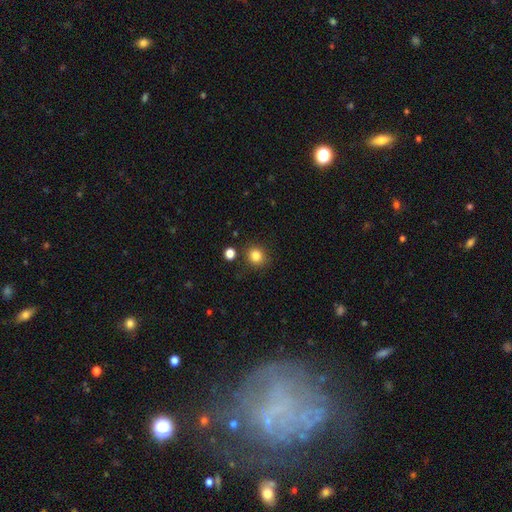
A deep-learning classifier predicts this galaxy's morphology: Smooth or featured?
  - smooth: 83% *
  - star or artifact: 12%
  - featured or disk: 5%
How rounded?
  - round: 83% *
  - in between: 17%
  - cigar-shaped: 1%
Merging?
  - none: 83% *
  - minor disturbance: 9%
  - merger: 4%
  - major disturbance: 3%